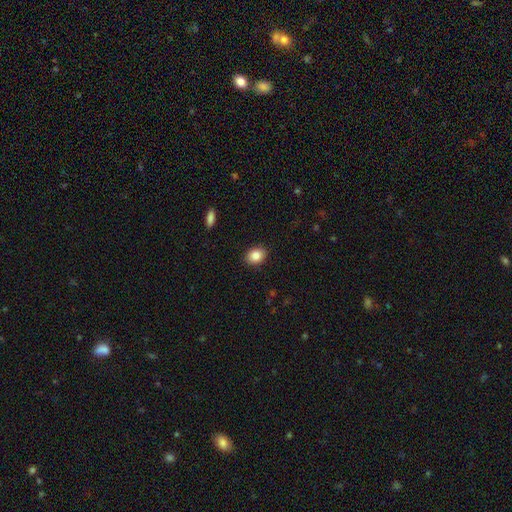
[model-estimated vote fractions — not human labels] The model was most divided on "how rounded": in between: 58%, round: 41%, cigar-shaped: 1%. More confident: merging — none (90%); smooth or featured — smooth (86%).